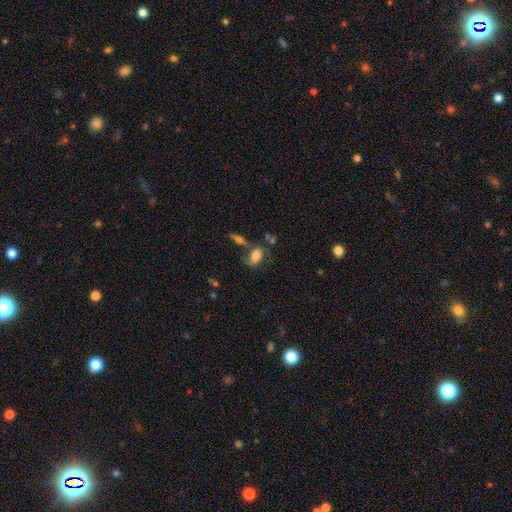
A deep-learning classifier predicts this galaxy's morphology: This appears to be a smooth galaxy with no disk features (59%) that is in between round and cigar-shaped (86%). Merging: none (40%).